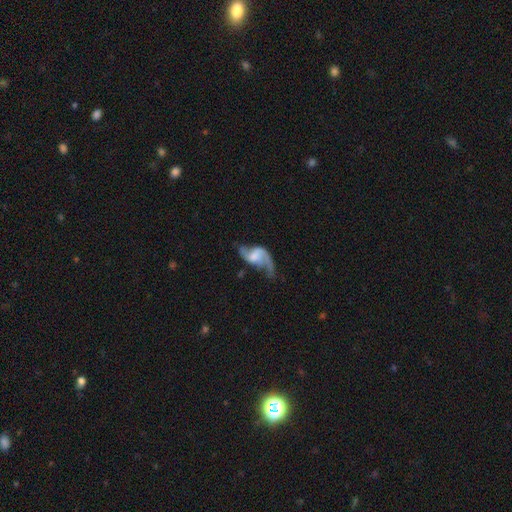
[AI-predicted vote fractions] Smooth or featured? featured or disk (81%)
Edge-on disk? no (97%)
Bar? weak (45%)
Spiral arms? yes (92%)
Spiral winding? loose (72%)
Spiral arm count? 2 (84%)
Bulge size? none (33%)
Merging? none (46%)